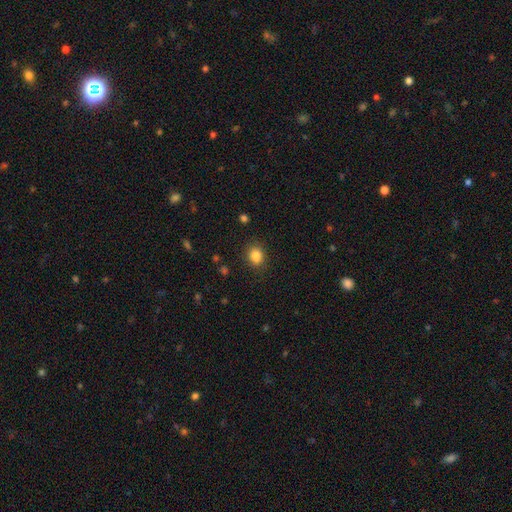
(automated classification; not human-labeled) smooth 85%, star or artifact 11%, featured or disk 5%. Down the decision tree: how rounded — round (58%); merging — none (86%).